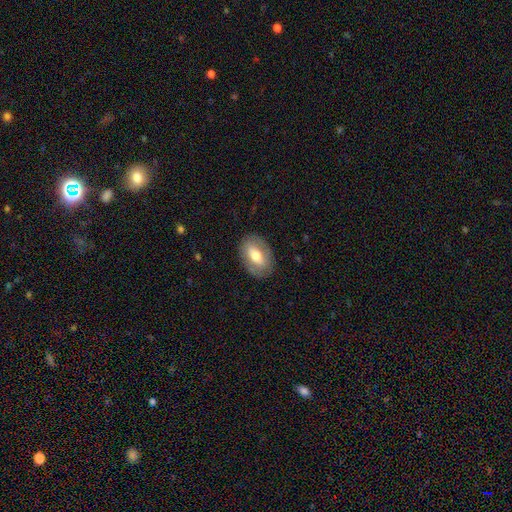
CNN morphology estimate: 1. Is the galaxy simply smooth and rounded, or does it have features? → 57% smooth, 37% featured or disk, 7% star or artifact.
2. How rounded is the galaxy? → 88% in between, 10% round, 2% cigar-shaped.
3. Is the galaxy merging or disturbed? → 84% none, 11% minor disturbance, 4% major disturbance, 1% merger.